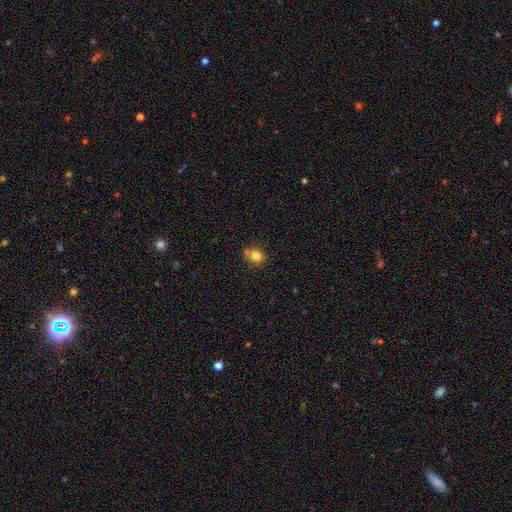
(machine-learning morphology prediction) smooth-or-featured: smooth: 81% | star or artifact: 11% | featured or disk: 8%
  how-rounded: round: 81% | in between: 18% | cigar-shaped: 1%
  merging: none: 68% | merger: 16% | minor disturbance: 13% | major disturbance: 3%